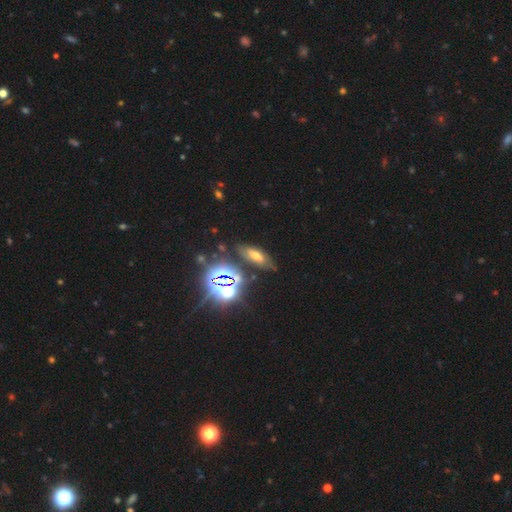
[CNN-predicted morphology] Smooth or featured? Predicted: smooth (p=0.41). Merging? Predicted: none (p=0.74).